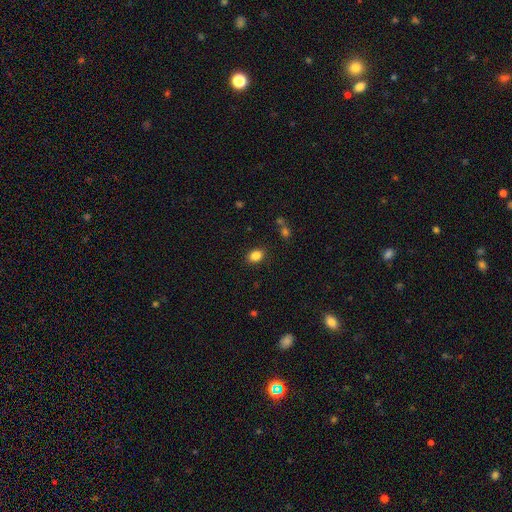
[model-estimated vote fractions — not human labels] Smooth or featured? Predicted: smooth (p=0.85). How rounded? Predicted: in between (p=0.70). Merging? Predicted: none (p=0.87).